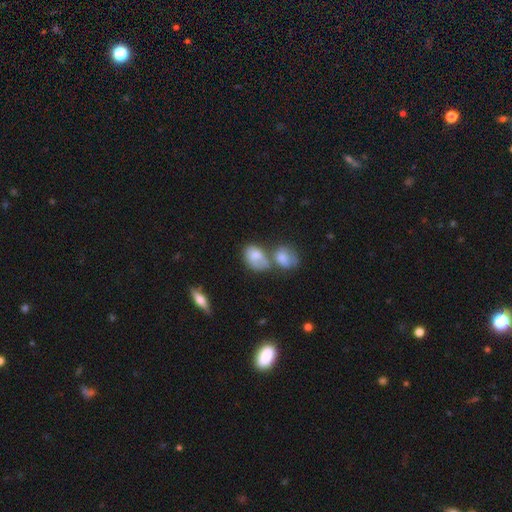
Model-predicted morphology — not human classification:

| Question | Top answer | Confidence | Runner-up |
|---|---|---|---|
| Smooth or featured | smooth | 70% | featured or disk (20%) |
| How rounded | in between | 72% | round (26%) |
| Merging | merger | 51% | none (27%) |